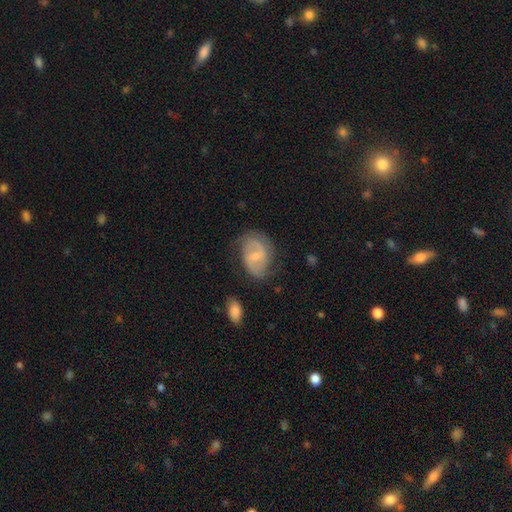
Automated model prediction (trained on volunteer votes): A featured or disk galaxy (74%) with a weak bar (57%), 2 (85%) medium (49%) spiral arms (91%) and a small central bulge (61%).

Vote fractions:
- Smooth or featured? featured or disk: 74% / smooth: 20% / star or artifact: 6%
- Edge-on disk? no: 97% / yes: 3%
- Bar? weak: 57% / no: 26% / strong: 17%
- Spiral arms? yes: 91% / no: 9%
- Spiral winding? medium: 49% / loose: 30% / tight: 21%
- Spiral arm count? 2: 85% / can't tell: 8% / 1: 3% / 3: 1% / 4: 1% / more than 4: 1%
- Bulge size? small: 61% / moderate: 30% / none: 7% / large: 1% / dominant: 1%
- Merging? none: 69% / minor disturbance: 21% / major disturbance: 7% / merger: 2%